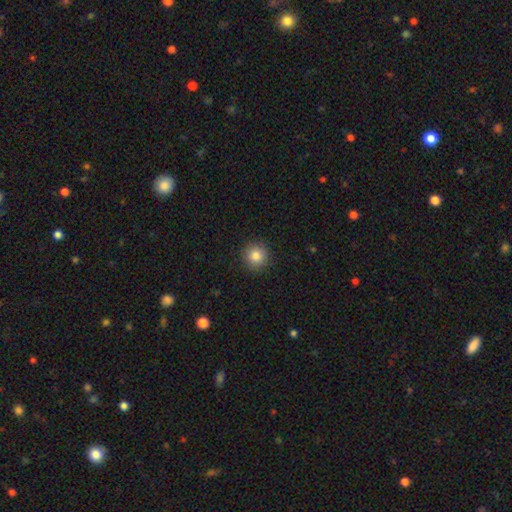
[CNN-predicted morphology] A smooth galaxy with no disk features (84%) that is round (94%).

Vote fractions:
- Smooth or featured? smooth: 84% / star or artifact: 10% / featured or disk: 6%
- How rounded? round: 94% / in between: 5% / cigar-shaped: 1%
- Merging? none: 91% / minor disturbance: 6% / major disturbance: 2% / merger: 1%